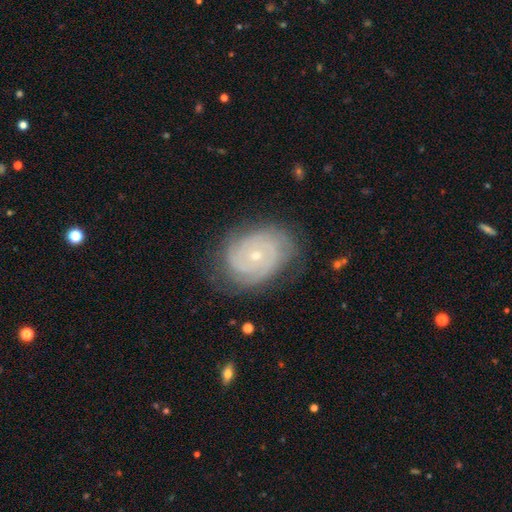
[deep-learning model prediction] Smooth or featured?
  - featured or disk: 83% *
  - smooth: 10%
  - star or artifact: 6%
Edge-on disk?
  - no: 97% *
  - yes: 3%
Bar?
  - no: 79% *
  - weak: 17%
  - strong: 4%
Spiral arms?
  - yes: 95% *
  - no: 5%
Spiral winding?
  - tight: 77% *
  - medium: 19%
  - loose: 4%
Spiral arm count?
  - 2: 33% *
  - can't tell: 29%
  - 3: 20%
  - 4: 8%
  - 1: 5%
  - more than 4: 5%
Bulge size?
  - small: 71% *
  - moderate: 26%
  - large: 1%
  - none: 1%
  - dominant: 1%
Merging?
  - none: 76% *
  - minor disturbance: 17%
  - major disturbance: 6%
  - merger: 1%